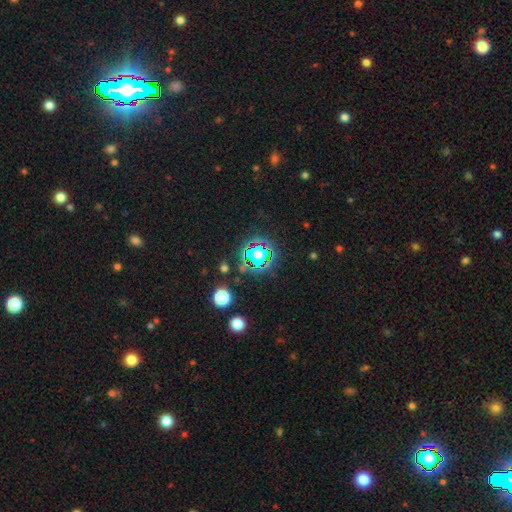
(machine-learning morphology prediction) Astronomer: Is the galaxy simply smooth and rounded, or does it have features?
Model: star or artifact — 76%.